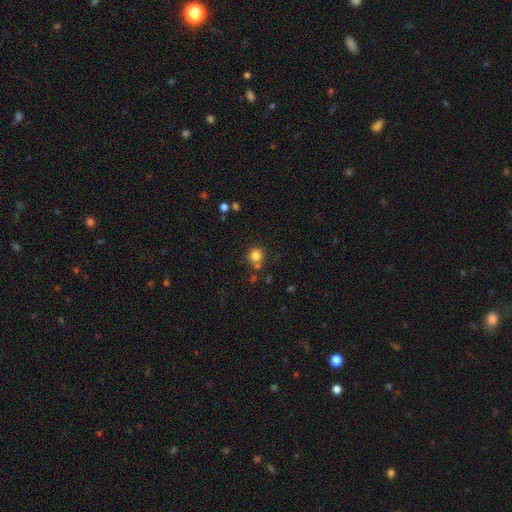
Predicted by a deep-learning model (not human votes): smooth 81%, star or artifact 13%, featured or disk 6%. Down the decision tree: how rounded — round (92%); merging — none (71%).